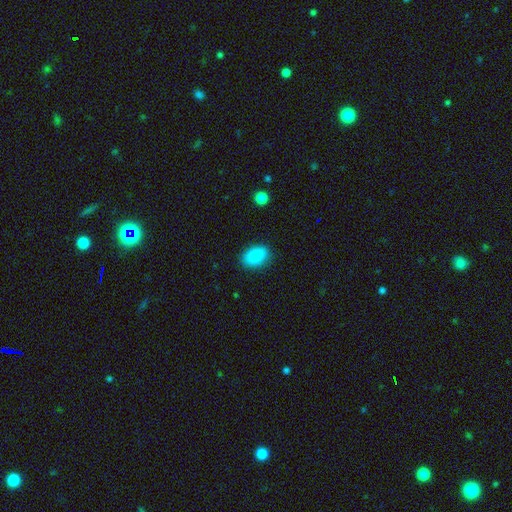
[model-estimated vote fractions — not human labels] Morphology: type=smooth (89%); roundness=in between (90%); merging=none (84%).